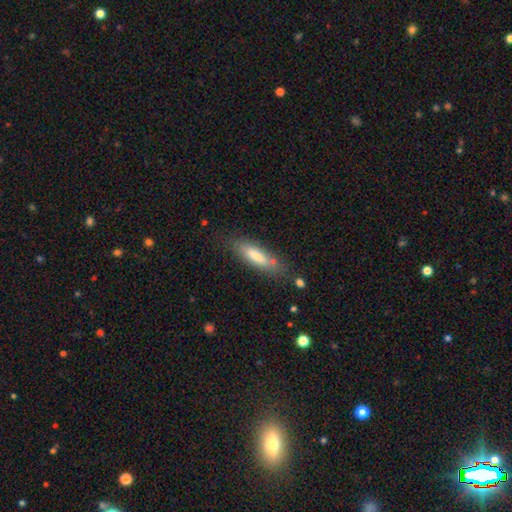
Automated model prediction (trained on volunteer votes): Morphology: type=smooth (74%); roundness=cigar-shaped (62%); merging=none (75%).